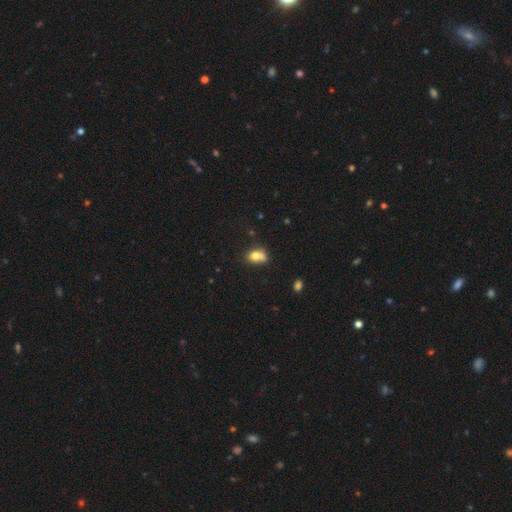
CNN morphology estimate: Smooth or featured: smooth — 74% (featured or disk — 15%)
How rounded: in between — 70% (round — 27%)
Merging: none — 39% (merger — 27%)